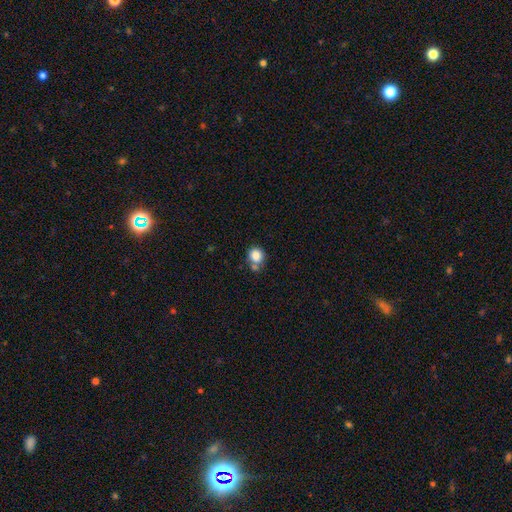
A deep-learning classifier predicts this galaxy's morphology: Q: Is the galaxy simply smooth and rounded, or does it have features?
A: smooth — 84%.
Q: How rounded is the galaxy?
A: round — 83%.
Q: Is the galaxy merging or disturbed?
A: none — 57%.